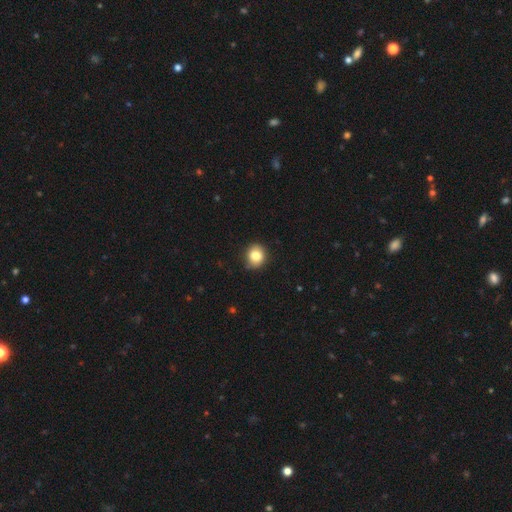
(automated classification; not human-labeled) A smooth galaxy with no disk features (83%) that is round (80%).

Vote fractions:
- Smooth or featured? smooth: 83% / star or artifact: 10% / featured or disk: 7%
- How rounded? round: 80% / in between: 19% / cigar-shaped: 1%
- Merging? none: 85% / minor disturbance: 12% / major disturbance: 2% / merger: 1%